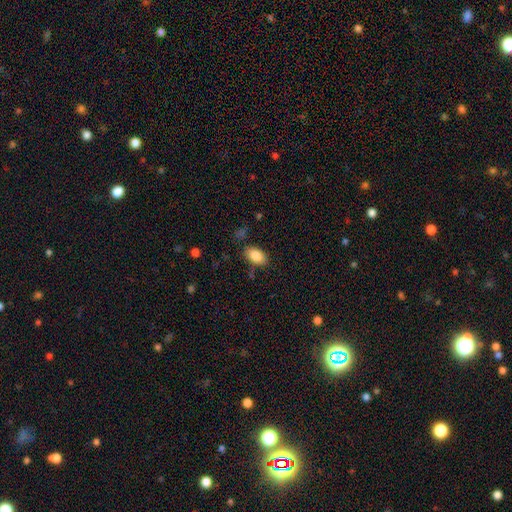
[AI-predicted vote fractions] smooth_or_featured: smooth (p=0.85) [alt: star or artifact p=0.07]
how_rounded: in between (p=0.91) [alt: round p=0.07]
merging: none (p=0.80) [alt: minor disturbance p=0.13]